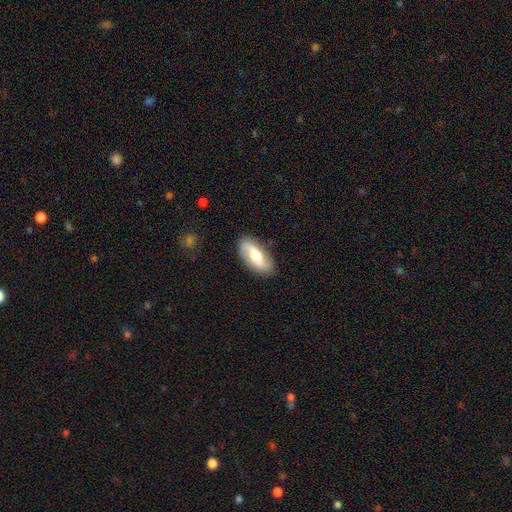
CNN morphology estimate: Q: Smooth or featured?
A: featured or disk (58%); runner-up: smooth (36%)
Q: Edge-on disk?
A: no (86%); runner-up: yes (14%)
Q: Bar?
A: weak (39%); runner-up: no (32%)
Q: Spiral arms?
A: yes (80%); runner-up: no (20%)
Q: Bulge size?
A: moderate (62%); runner-up: large (18%)
Q: Merging?
A: none (85%); runner-up: minor disturbance (11%)